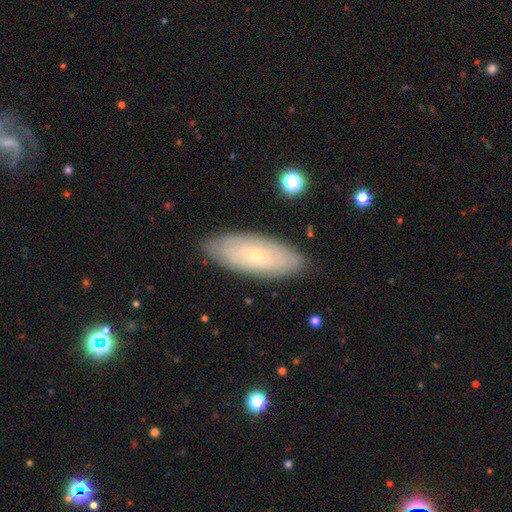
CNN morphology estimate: Smooth or featured?
  - featured or disk: 56% *
  - smooth: 38%
  - star or artifact: 7%
Edge-on disk?
  - no: 82% *
  - yes: 18%
Merging?
  - none: 85% *
  - minor disturbance: 11%
  - major disturbance: 2%
  - merger: 1%